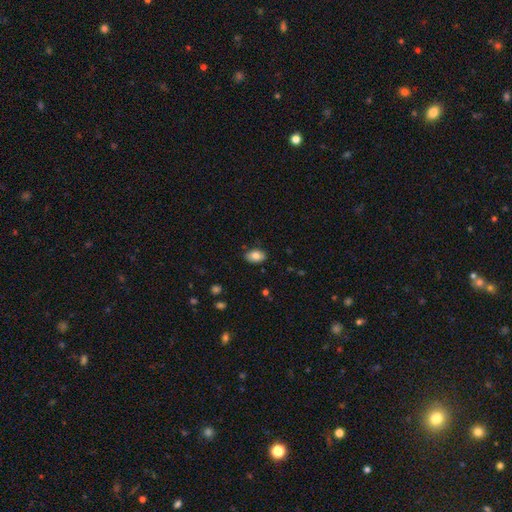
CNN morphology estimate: The model was most divided on "smooth or featured": smooth: 82%, featured or disk: 10%, star or artifact: 8%. More confident: how rounded — in between (89%); merging — none (84%).